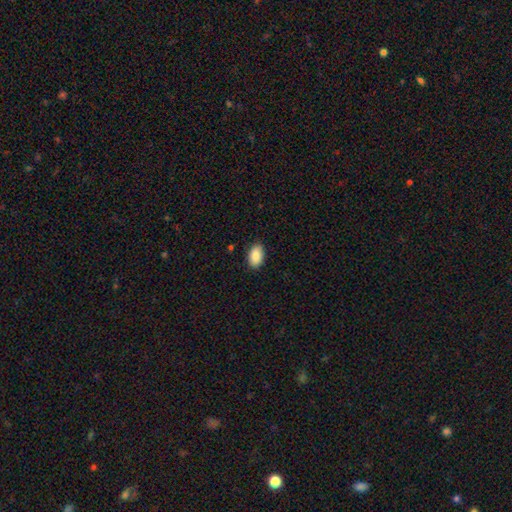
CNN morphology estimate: Smooth or featured?
  - smooth: 89% *
  - star or artifact: 7%
  - featured or disk: 4%
How rounded?
  - in between: 94% *
  - round: 5%
  - cigar-shaped: 1%
Merging?
  - none: 89% *
  - minor disturbance: 9%
  - major disturbance: 2%
  - merger: 1%